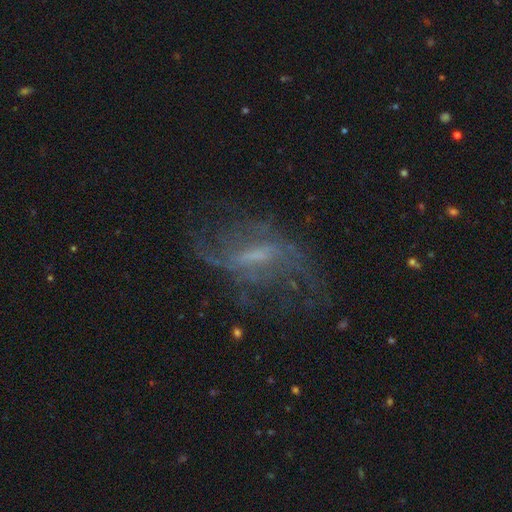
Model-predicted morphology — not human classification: This is likely a featured or disk galaxy (77%). It is clearly not viewed edge-on (92%). Bar: marginally weak (44%). Spiral arm pattern: clearly yes (80%). Spiral arm count: possibly 2 (60%). Spiral winding: likely loose (65%). Central bulge: marginally small (38%). Merging: possibly none (52%).